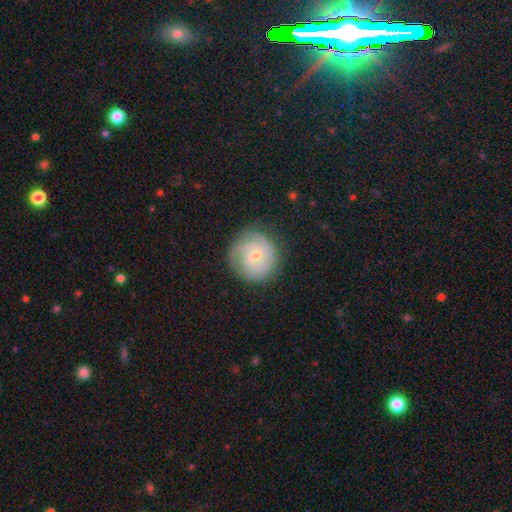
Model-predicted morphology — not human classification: Smooth or featured? featured or disk (76%)
Edge-on disk? no (98%)
Bar? weak (47%)
Spiral arms? yes (93%)
Spiral winding? tight (69%)
Spiral arm count? 2 (41%)
Bulge size? small (53%)
Merging? none (79%)